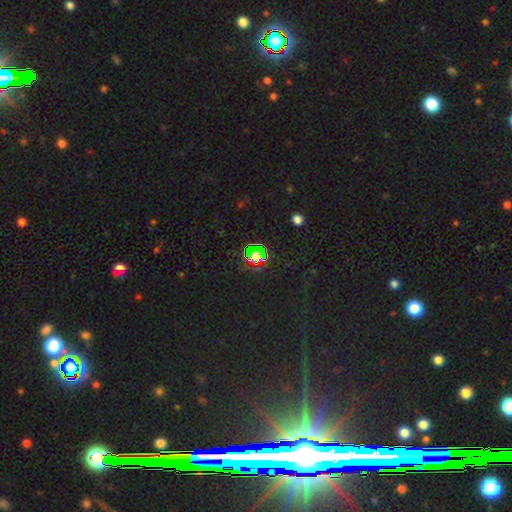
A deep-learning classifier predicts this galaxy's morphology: Smooth or featured: star or artifact — 69% (smooth — 21%)